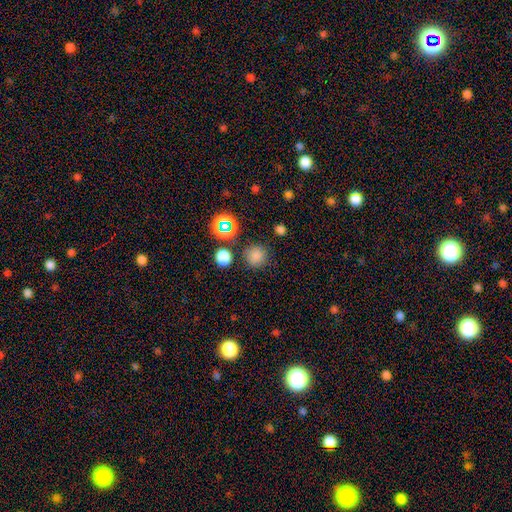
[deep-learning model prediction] Morphology: type=smooth (76%); roundness=round (93%); merging=none (83%).